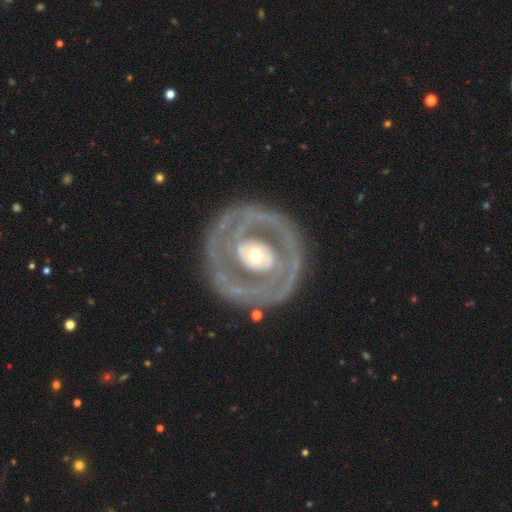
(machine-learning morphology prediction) Smooth or featured? Predicted: featured or disk (p=0.80). Edge-on disk? Predicted: no (p=0.96). Bar? Predicted: no (p=0.65). Spiral arms? Predicted: yes (p=0.58). Bulge size? Predicted: moderate (p=0.65). Merging? Predicted: none (p=0.74).